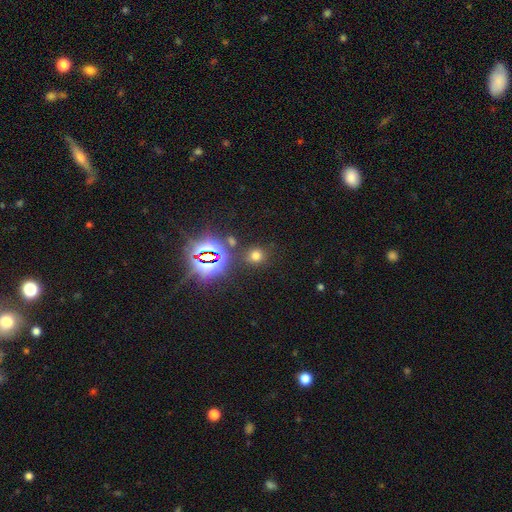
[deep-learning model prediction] Overall: smooth (62%; star or artifact 31%). How rounded: round (82%). Merging: none (81%).